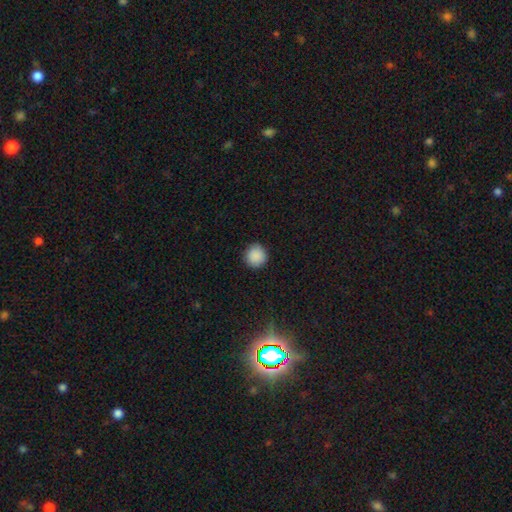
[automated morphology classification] type=smooth (89%); roundness=round (94%); merging=none (91%).